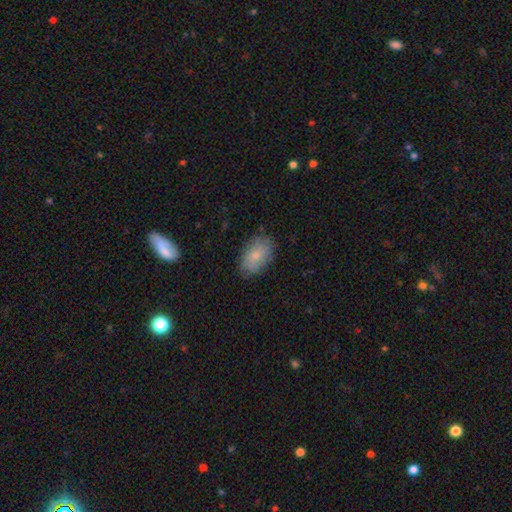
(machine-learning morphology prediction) This appears to be a smooth galaxy with no disk features (76%) that is in between round and cigar-shaped (92%). Merging: none (79%).